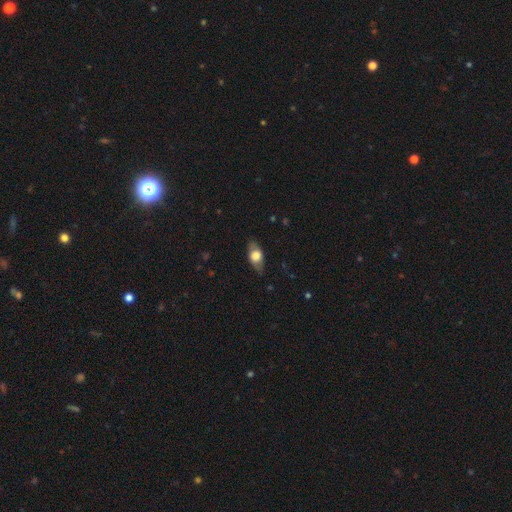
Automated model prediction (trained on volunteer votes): This is likely a smooth galaxy (61%). How rounded: clearly in between (82%). Merging: likely none (77%).